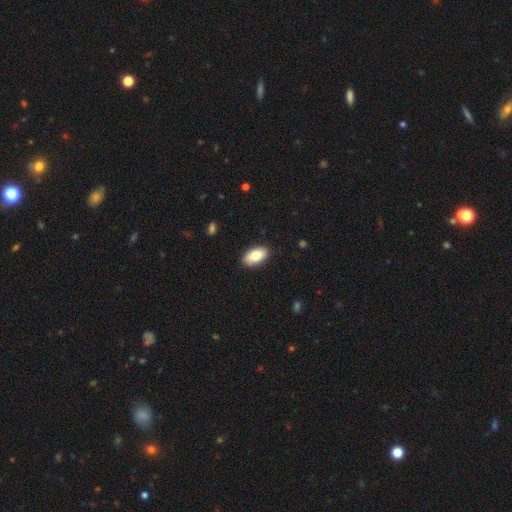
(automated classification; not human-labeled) Morphology: type=smooth (82%); roundness=in between (94%); merging=none (89%).